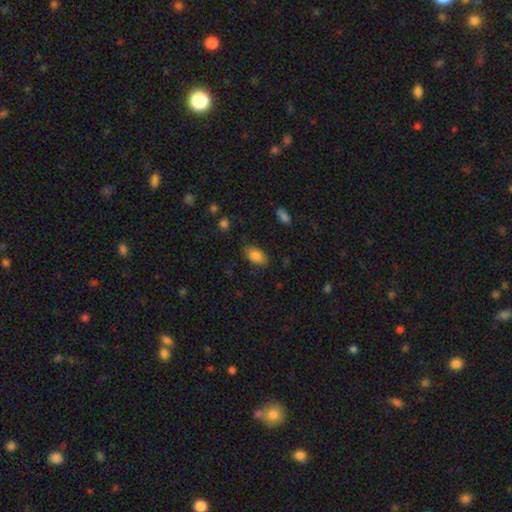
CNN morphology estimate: A smooth galaxy with no disk features (83%) that is in between round and cigar-shaped (91%).

Vote fractions:
- Smooth or featured? smooth: 83% / featured or disk: 9% / star or artifact: 8%
- How rounded? in between: 91% / round: 5% / cigar-shaped: 4%
- Merging? none: 80% / minor disturbance: 14% / major disturbance: 4% / merger: 1%